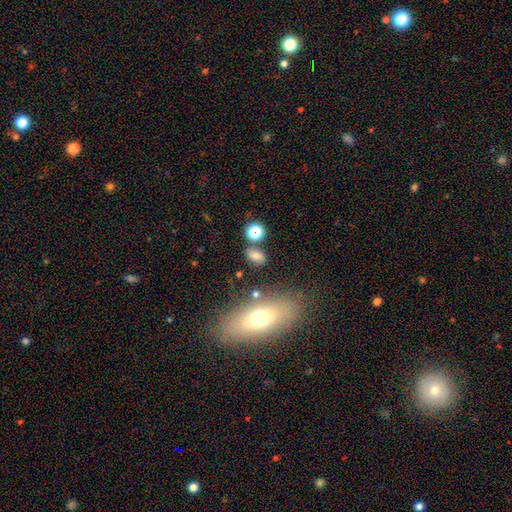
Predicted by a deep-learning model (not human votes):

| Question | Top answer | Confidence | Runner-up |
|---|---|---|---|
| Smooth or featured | smooth | 74% | star or artifact (15%) |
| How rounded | in between | 78% | round (18%) |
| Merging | none | 73% | minor disturbance (13%) |